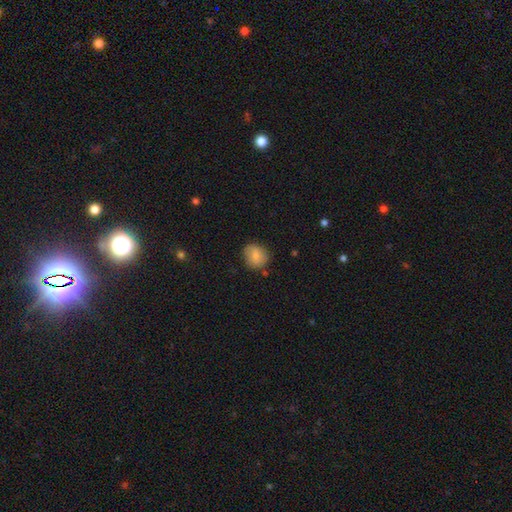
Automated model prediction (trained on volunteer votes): Smooth or featured: smooth — 83% (featured or disk — 9%)
How rounded: round — 75% (in between — 24%)
Merging: none — 78% (minor disturbance — 15%)